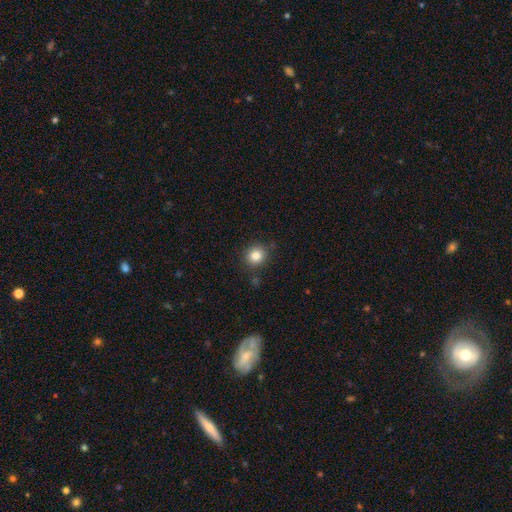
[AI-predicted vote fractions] This appears to be a smooth galaxy with no disk features (84%) that is round (88%). Merging: none (84%).